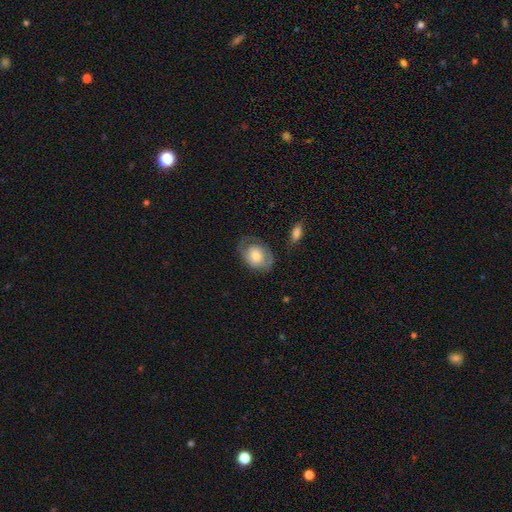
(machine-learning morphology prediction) Smooth or featured? Predicted: smooth (p=0.51). How rounded? Predicted: in between (p=0.62). Merging? Predicted: none (p=0.60).